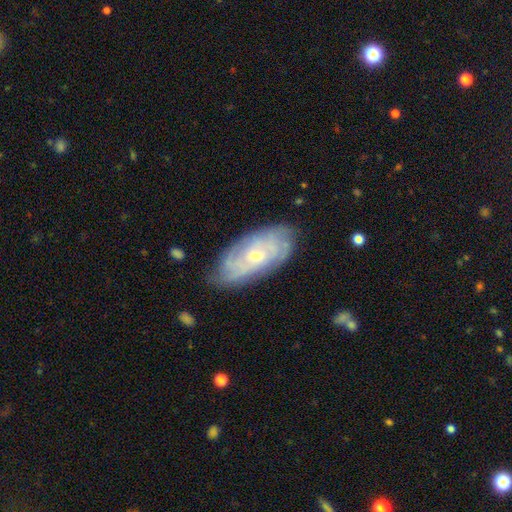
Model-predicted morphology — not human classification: Smooth or featured: featured or disk — 76% (smooth — 17%)
Edge-on disk: no — 93% (yes — 7%)
Bar: no — 73% (weak — 23%)
Spiral arms: yes — 90% (no — 10%)
Spiral winding: tight — 71% (medium — 22%)
Spiral arm count: can't tell — 52% (4 — 13%)
Bulge size: small — 66% (moderate — 30%)
Merging: none — 77% (minor disturbance — 17%)